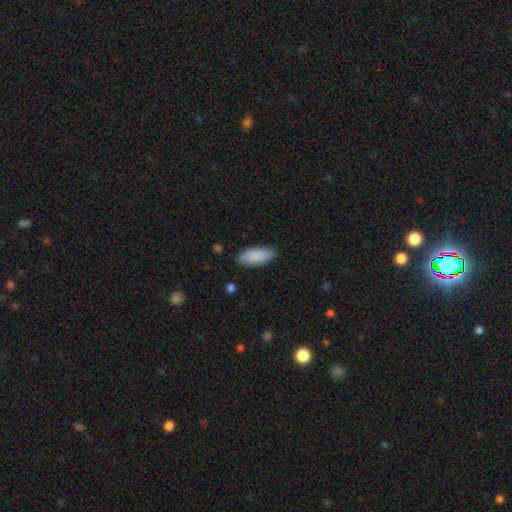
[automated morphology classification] Smooth or featured? Predicted: smooth (p=0.89). How rounded? Predicted: in between (p=0.84). Merging? Predicted: none (p=0.84).